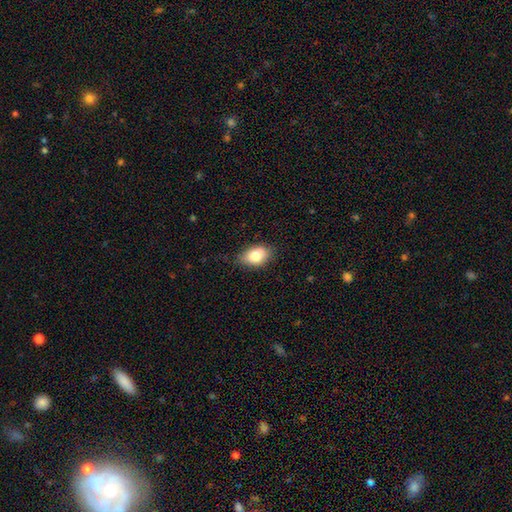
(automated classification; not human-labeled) Q: Smooth or featured?
A: smooth (81%); runner-up: featured or disk (11%)
Q: How rounded?
A: in between (85%); runner-up: round (14%)
Q: Merging?
A: none (76%); runner-up: minor disturbance (19%)